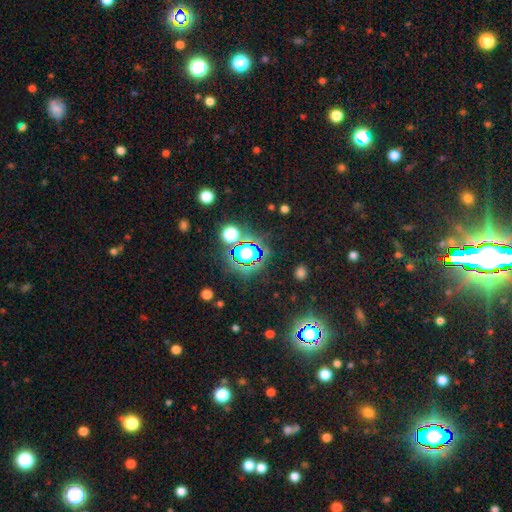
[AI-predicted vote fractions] smooth_or_featured: star or artifact (p=0.82) [alt: smooth p=0.10]